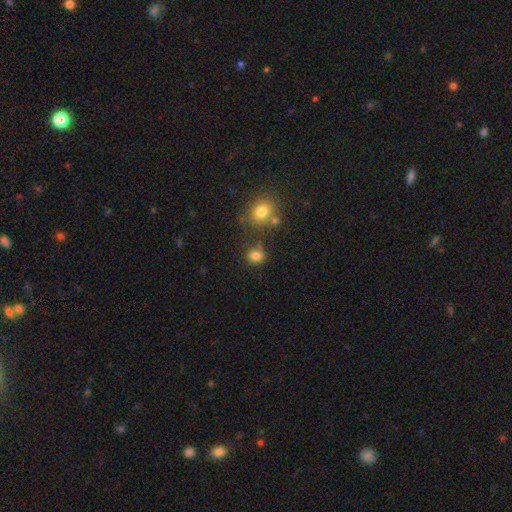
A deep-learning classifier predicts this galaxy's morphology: smooth-or-featured: smooth: 80% | star or artifact: 14% | featured or disk: 6%
  how-rounded: round: 61% | in between: 37% | cigar-shaped: 1%
  merging: none: 66% | minor disturbance: 17% | merger: 11% | major disturbance: 6%